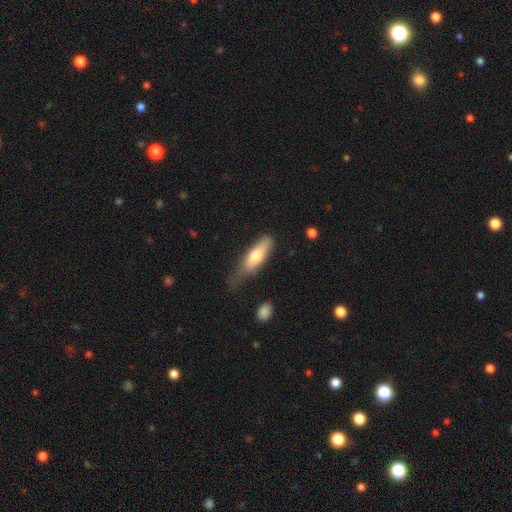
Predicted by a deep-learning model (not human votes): The model was most divided on "how rounded": cigar-shaped: 50%, in between: 47%, round: 2%. Remaining: smooth or featured — smooth (69%); merging — none (44%).